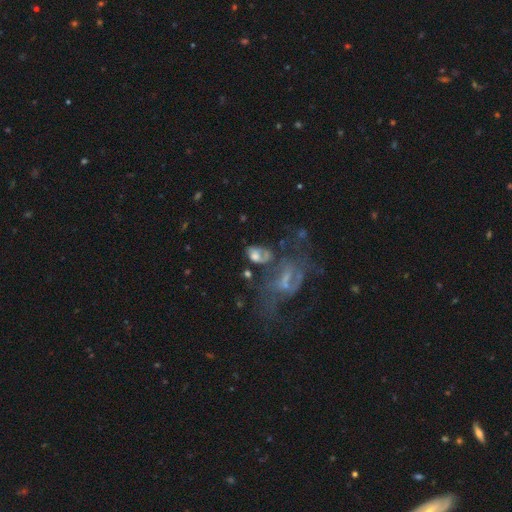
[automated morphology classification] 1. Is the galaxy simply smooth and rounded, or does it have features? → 47% smooth, 39% featured or disk, 14% star or artifact.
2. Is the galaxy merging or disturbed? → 33% none, 27% merger, 22% major disturbance, 18% minor disturbance.